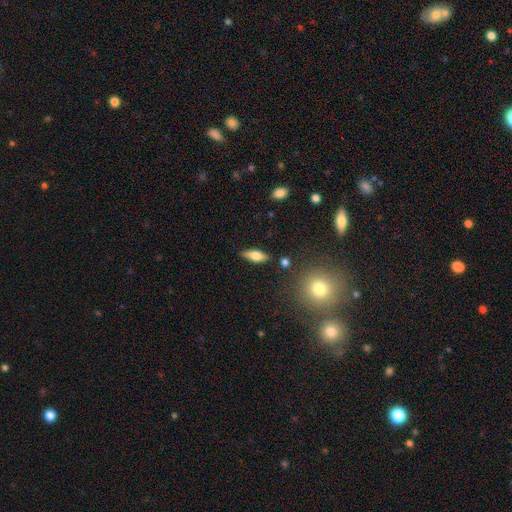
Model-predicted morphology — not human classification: smooth 59%, featured or disk 33%, star or artifact 8%. Down the decision tree: how rounded — in between (64%); merging — none (86%).